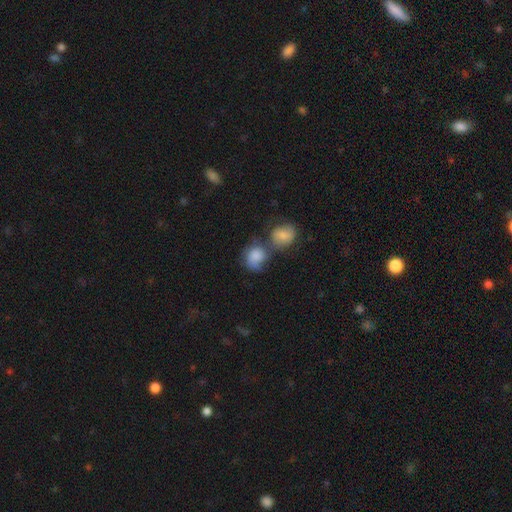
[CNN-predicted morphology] A smooth galaxy with no disk features (64%) that is round (65%).

Vote fractions:
- Smooth or featured? smooth: 64% / featured or disk: 26% / star or artifact: 10%
- How rounded? round: 65% / in between: 34% / cigar-shaped: 1%
- Merging? merger: 44% / none: 30% / minor disturbance: 15% / major disturbance: 10%